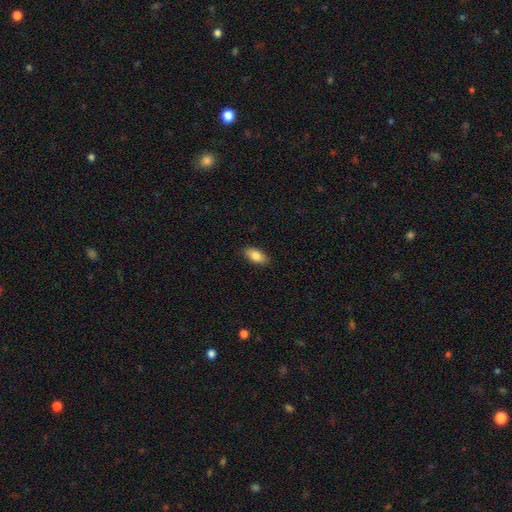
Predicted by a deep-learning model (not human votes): Smooth or featured: smooth — 83% (featured or disk — 10%)
How rounded: in between — 91% (cigar-shaped — 5%)
Merging: none — 88% (minor disturbance — 9%)